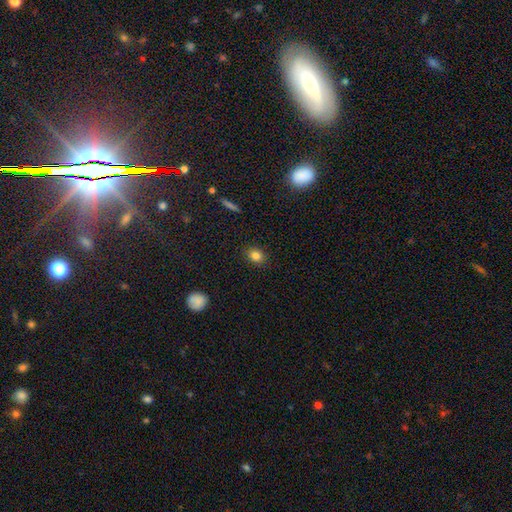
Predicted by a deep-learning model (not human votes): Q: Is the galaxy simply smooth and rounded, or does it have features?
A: smooth — 83%.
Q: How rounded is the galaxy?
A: round — 49%, tied with in between.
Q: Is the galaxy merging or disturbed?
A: none — 88%.